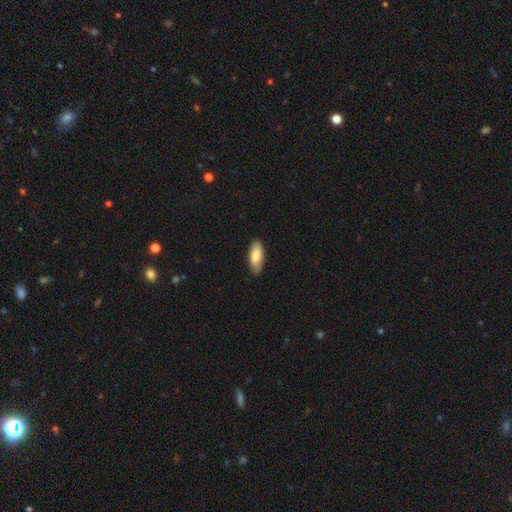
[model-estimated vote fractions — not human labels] This appears to be a smooth galaxy with no disk features (80%) that is in between round and cigar-shaped (78%). Merging: none (87%).